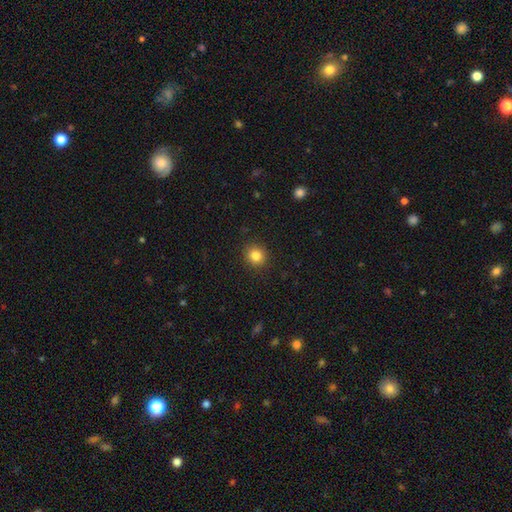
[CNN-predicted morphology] A smooth galaxy with no disk features (83%) that is round (86%). Merging: none (91%).